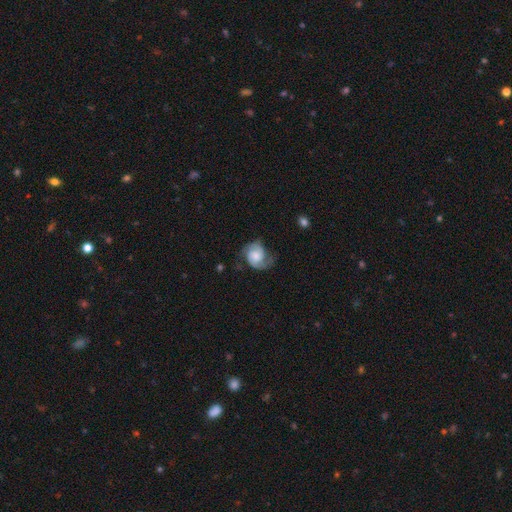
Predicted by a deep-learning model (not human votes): Morphology: type=featured or disk (72%); edge-on=no (98%); bar=no (67%); spiral arms=yes (94%); winding=medium (44%); arm count=2 (78%); bulge=moderate (33%); merging=none (58%).